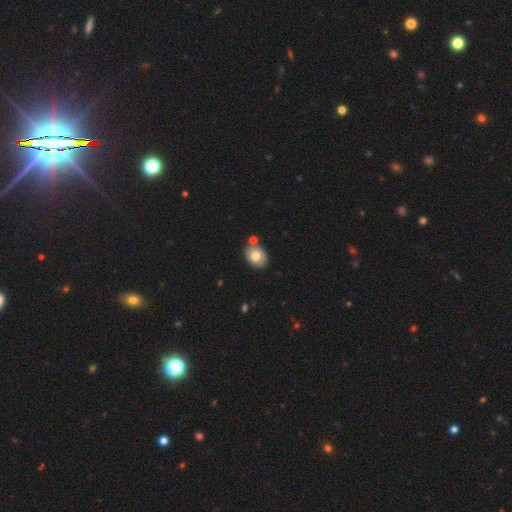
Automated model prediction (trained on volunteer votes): Smooth or featured? Predicted: smooth (p=0.76). How rounded? Predicted: in between (p=0.61). Merging? Predicted: none (p=0.72).